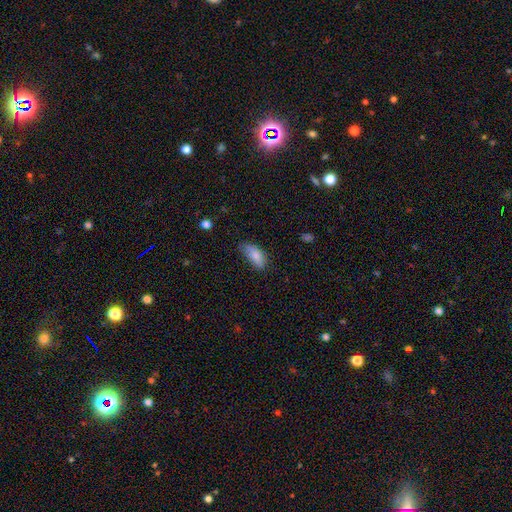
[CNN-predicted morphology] Smooth or featured: smooth — 81% (featured or disk — 12%)
How rounded: in between — 84% (cigar-shaped — 14%)
Merging: none — 56% (minor disturbance — 34%)